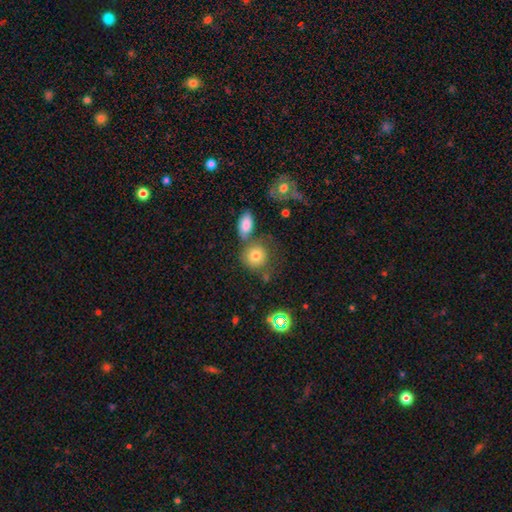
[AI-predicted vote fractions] Smooth or featured? smooth (77%)
How rounded? round (82%)
Merging? none (59%)